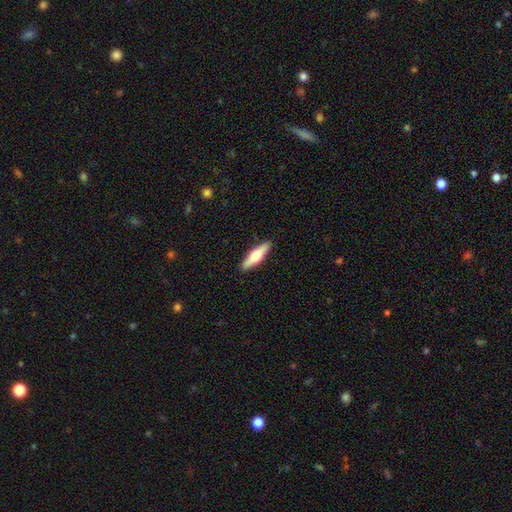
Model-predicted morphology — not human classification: Smooth or featured? Predicted: smooth (p=0.50). How rounded? Predicted: cigar-shaped (p=0.66). Merging? Predicted: none (p=0.90).